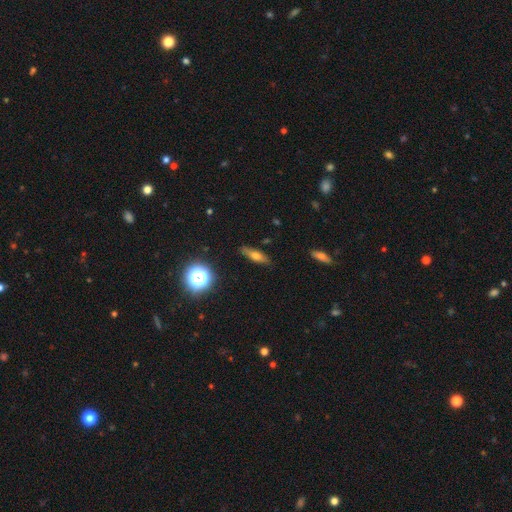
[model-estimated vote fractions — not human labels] smooth 54%, featured or disk 33%, star or artifact 12%. Down the decision tree: how rounded — cigar-shaped (54%); merging — none (86%).